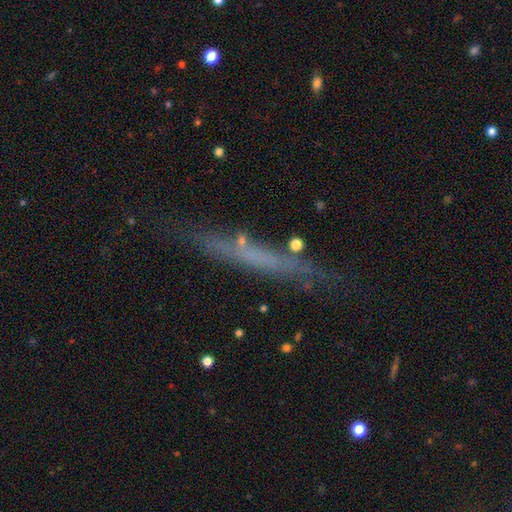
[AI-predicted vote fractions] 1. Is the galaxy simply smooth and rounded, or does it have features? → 50% featured or disk, 38% smooth, 12% star or artifact.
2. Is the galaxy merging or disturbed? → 74% none, 17% minor disturbance, 6% major disturbance, 3% merger.